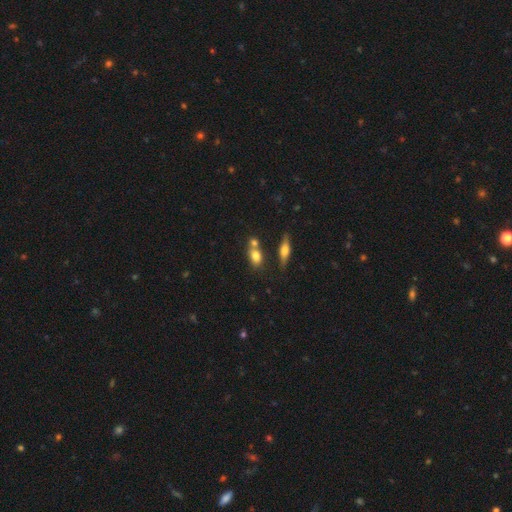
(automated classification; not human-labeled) Smooth or featured?
  - smooth: 76% *
  - featured or disk: 15%
  - star or artifact: 9%
How rounded?
  - in between: 68% *
  - round: 24%
  - cigar-shaped: 8%
Merging?
  - none: 49% *
  - merger: 35%
  - minor disturbance: 12%
  - major disturbance: 4%